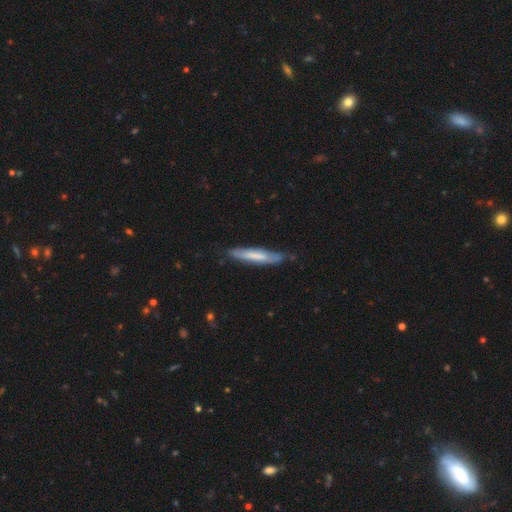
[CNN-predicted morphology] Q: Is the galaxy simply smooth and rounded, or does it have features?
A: smooth — 59%.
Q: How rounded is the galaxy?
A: cigar-shaped — 90%.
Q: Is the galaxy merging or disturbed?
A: none — 74%.